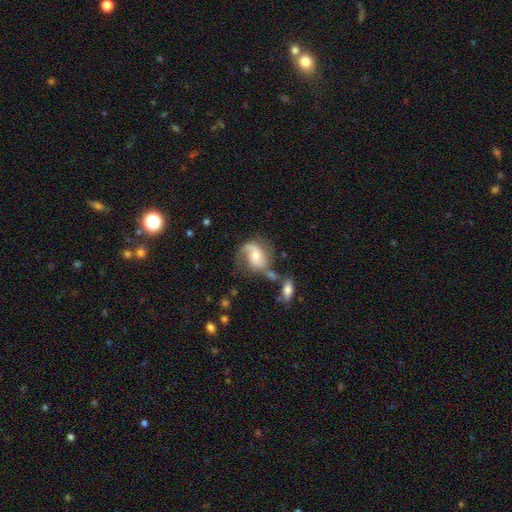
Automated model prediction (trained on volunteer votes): smooth_or_featured: featured or disk (p=0.68) [alt: smooth p=0.25]
disk_edge_on: no (p=0.97) [alt: yes p=0.03]
bar: no (p=0.52) [alt: weak p=0.37]
has_spiral_arms: yes (p=0.90) [alt: no p=0.10]
spiral_winding: loose (p=0.47) [alt: medium p=0.39]
spiral_arm_count: 2 (p=0.59) [alt: 1 p=0.31]
bulge_size: moderate (p=0.54) [alt: small p=0.34]
merging: none (p=0.47) [alt: minor disturbance p=0.22]